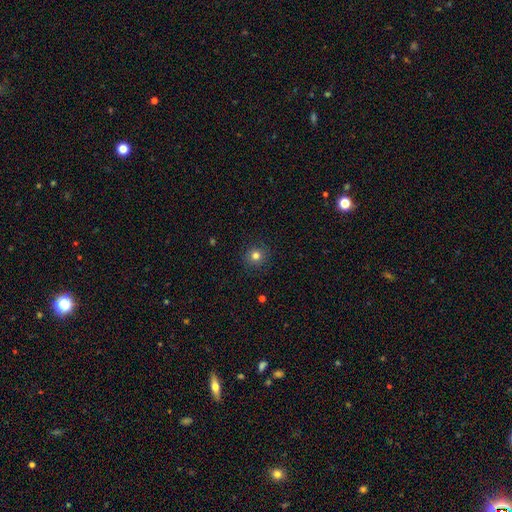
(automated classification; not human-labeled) A smooth galaxy with no disk features (79%) that is round (93%). Merging: none (90%).